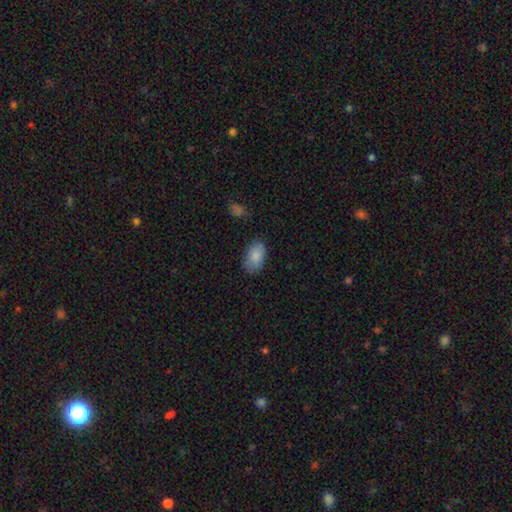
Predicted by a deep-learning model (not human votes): Smooth or featured?
  - smooth: 86% *
  - featured or disk: 7%
  - star or artifact: 7%
How rounded?
  - in between: 93% *
  - round: 6%
  - cigar-shaped: 1%
Merging?
  - none: 76% *
  - minor disturbance: 18%
  - major disturbance: 4%
  - merger: 2%